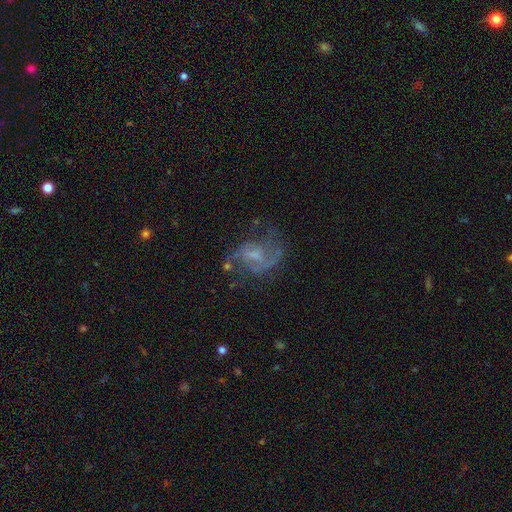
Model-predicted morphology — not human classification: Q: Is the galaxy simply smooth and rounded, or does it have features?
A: featured or disk — 73%.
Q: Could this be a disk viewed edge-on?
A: no — 97%.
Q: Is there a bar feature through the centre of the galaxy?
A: weak — 49%.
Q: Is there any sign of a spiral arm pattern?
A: yes — 81%.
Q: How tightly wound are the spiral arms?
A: medium — 47%.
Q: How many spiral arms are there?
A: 2 — 65%.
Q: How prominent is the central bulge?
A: small — 41%.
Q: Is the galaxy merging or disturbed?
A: none — 51%.